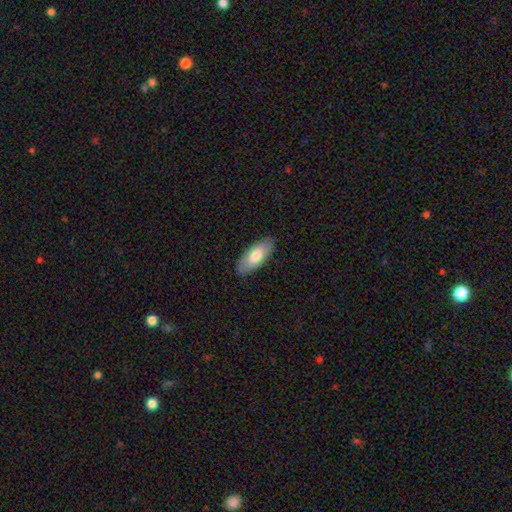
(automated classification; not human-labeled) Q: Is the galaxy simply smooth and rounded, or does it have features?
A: smooth — 70%.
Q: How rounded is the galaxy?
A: in between — 87%.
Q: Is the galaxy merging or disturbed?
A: none — 86%.